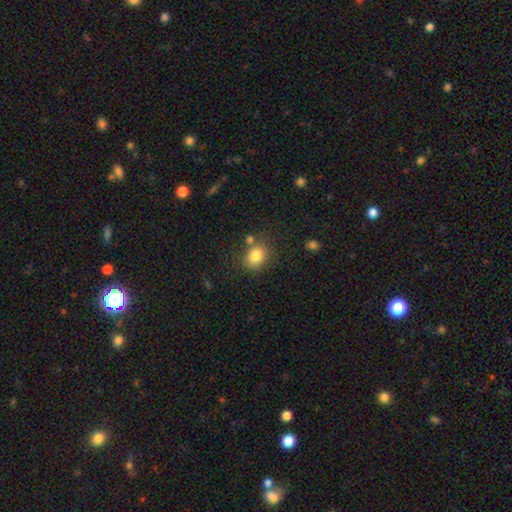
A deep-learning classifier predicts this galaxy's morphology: smooth-or-featured: smooth: 82% | star or artifact: 10% | featured or disk: 8%
  how-rounded: round: 52% | in between: 48% | cigar-shaped: 1%
  merging: none: 69% | minor disturbance: 15% | merger: 11% | major disturbance: 5%